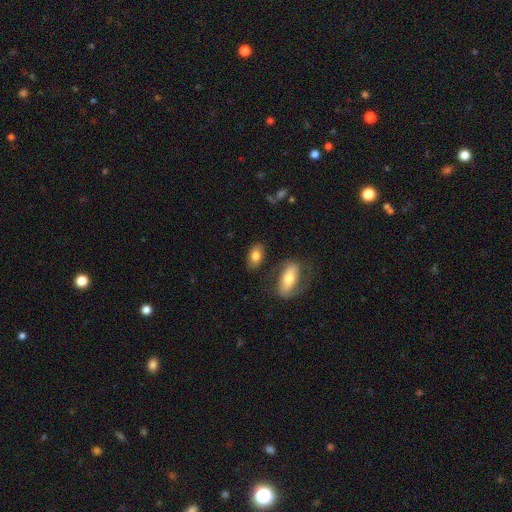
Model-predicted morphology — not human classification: smooth 78%, featured or disk 14%, star or artifact 8%. Down the decision tree: how rounded — in between (90%); merging — none (76%).